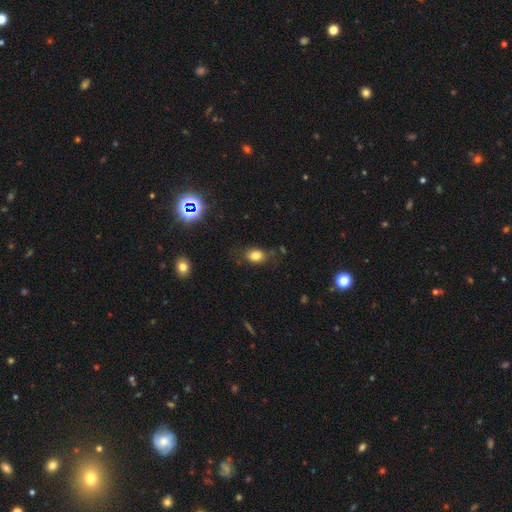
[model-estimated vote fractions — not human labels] A smooth galaxy with no disk features (78%) that is in between round and cigar-shaped (68%). Merging: none (71%).